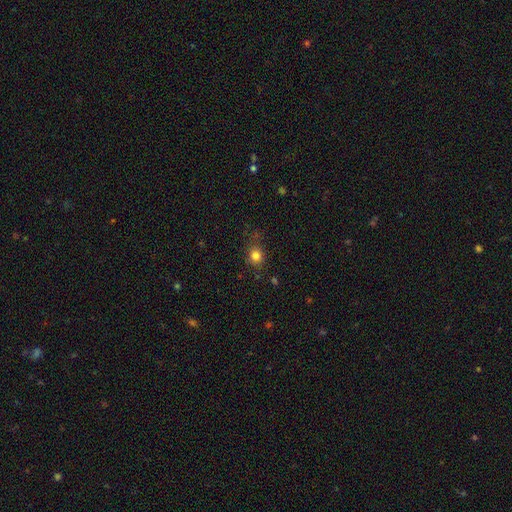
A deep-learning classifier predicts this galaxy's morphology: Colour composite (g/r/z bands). It shows a smooth galaxy with no disk features (82%) that is round (78%). Merging: none (77%).